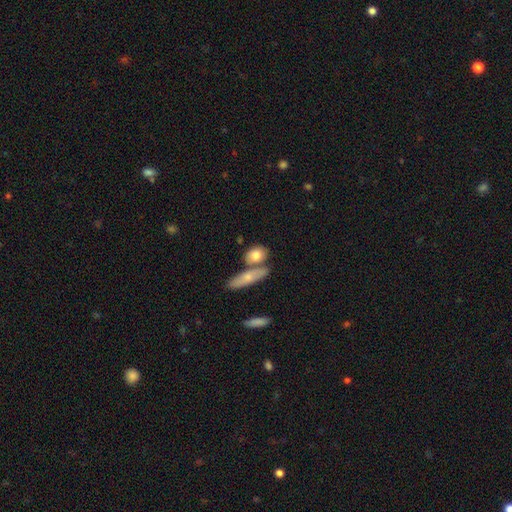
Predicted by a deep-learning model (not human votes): smooth-or-featured: smooth: 76% | featured or disk: 17% | star or artifact: 6%
  how-rounded: in between: 56% | round: 30% | cigar-shaped: 14%
  merging: none: 54% | merger: 29% | minor disturbance: 13% | major disturbance: 4%